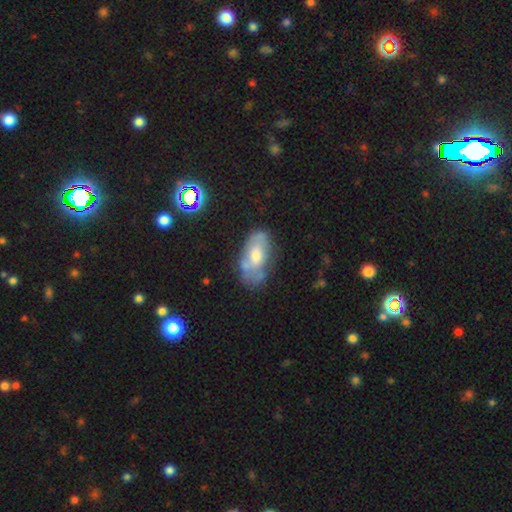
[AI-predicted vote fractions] This is possibly a featured or disk galaxy (50%). Merging: possibly none (53%).